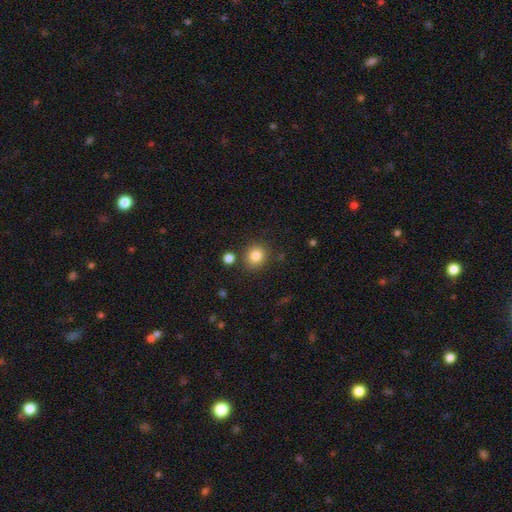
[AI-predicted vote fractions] A smooth galaxy with no disk features (83%) that is round (84%).

Vote fractions:
- Smooth or featured? smooth: 83% / star or artifact: 11% / featured or disk: 6%
- How rounded? round: 84% / in between: 15% / cigar-shaped: 1%
- Merging? none: 83% / minor disturbance: 9% / merger: 6% / major disturbance: 3%